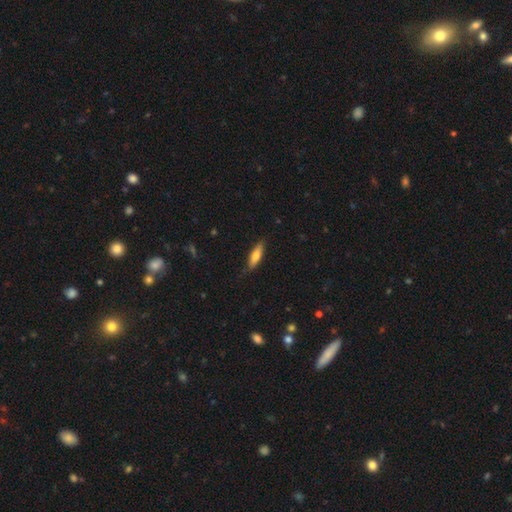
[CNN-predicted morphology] smooth 70%, featured or disk 24%, star or artifact 6%. Down the decision tree: how rounded — cigar-shaped (54%); merging — none (78%).